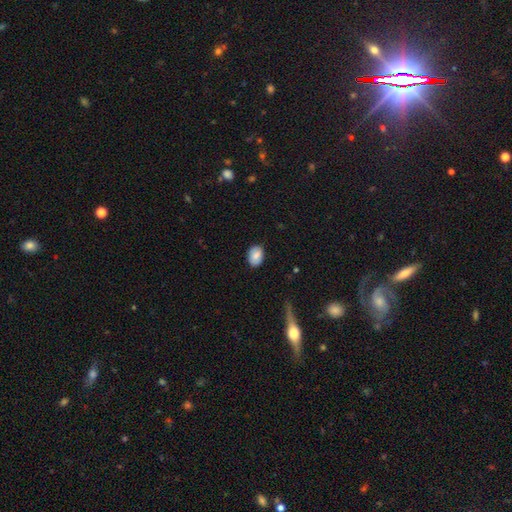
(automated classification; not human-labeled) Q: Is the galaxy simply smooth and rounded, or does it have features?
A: smooth — 84%.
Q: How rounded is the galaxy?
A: in between — 79%.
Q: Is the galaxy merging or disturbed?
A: none — 83%.